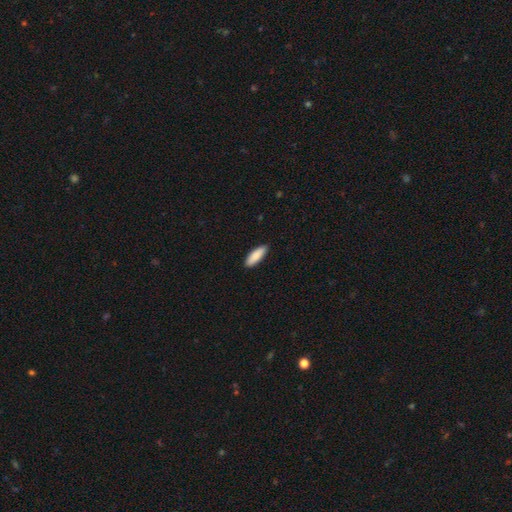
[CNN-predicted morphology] This is clearly a smooth galaxy (88%). How rounded: possibly in between (59%). Merging: clearly none (90%).